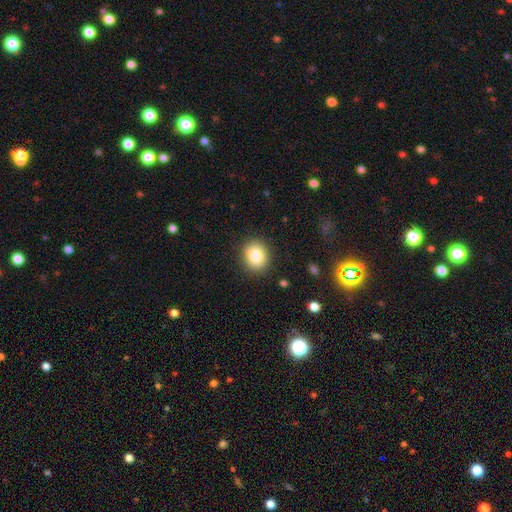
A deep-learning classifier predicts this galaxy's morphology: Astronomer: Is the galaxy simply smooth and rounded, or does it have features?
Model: smooth — 83%.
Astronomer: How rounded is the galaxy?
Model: round — 73%.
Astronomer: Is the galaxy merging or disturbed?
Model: none — 89%.